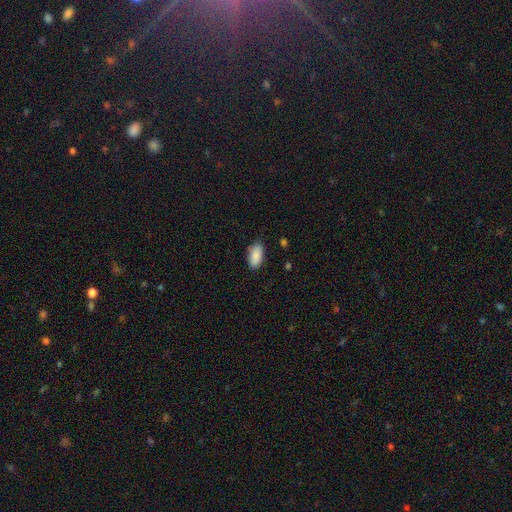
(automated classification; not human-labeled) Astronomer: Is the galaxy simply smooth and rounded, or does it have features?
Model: smooth — 89%.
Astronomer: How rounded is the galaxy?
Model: in between — 94%.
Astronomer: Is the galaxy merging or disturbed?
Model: none — 85%.